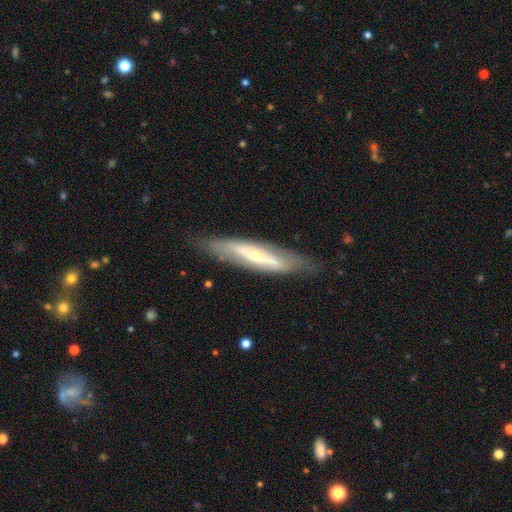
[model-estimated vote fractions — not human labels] Smooth or featured? Predicted: featured or disk (p=0.67). Edge-on disk? Predicted: yes (p=0.55). Merging? Predicted: none (p=0.77).